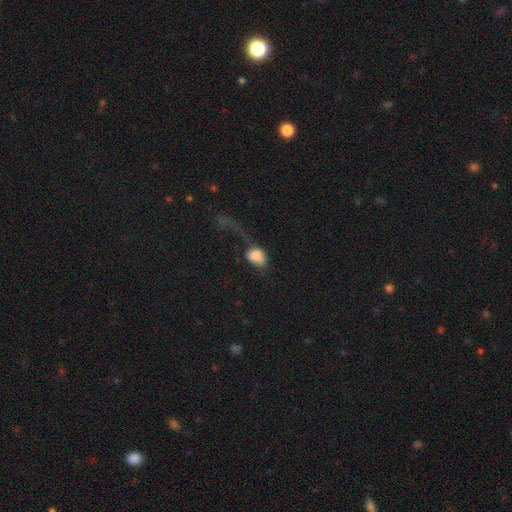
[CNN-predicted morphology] smooth 78%, featured or disk 14%, star or artifact 8%. Down the decision tree: how rounded — in between (65%); merging — major disturbance (55%).